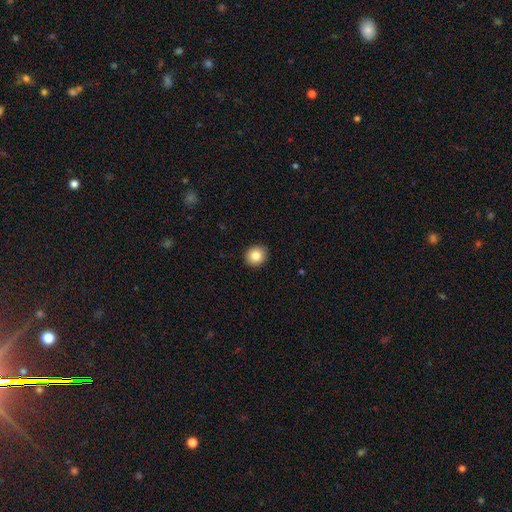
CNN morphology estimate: smooth 83%, star or artifact 9%, featured or disk 8%. Down the decision tree: how rounded — round (86%); merging — none (91%).